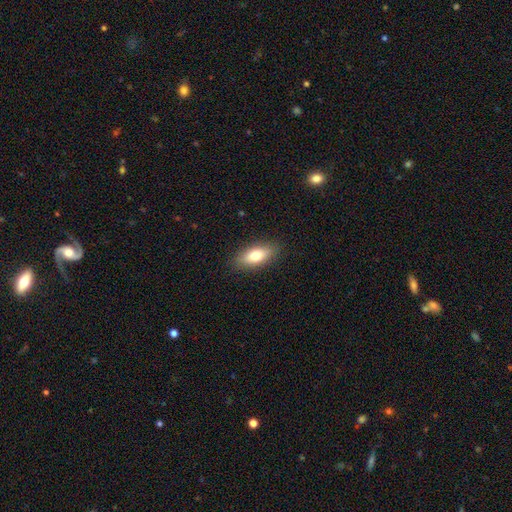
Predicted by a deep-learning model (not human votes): Smooth or featured?
  - smooth: 76% *
  - featured or disk: 17%
  - star or artifact: 7%
How rounded?
  - in between: 80% *
  - cigar-shaped: 17%
  - round: 4%
Merging?
  - none: 87% *
  - minor disturbance: 9%
  - major disturbance: 2%
  - merger: 1%